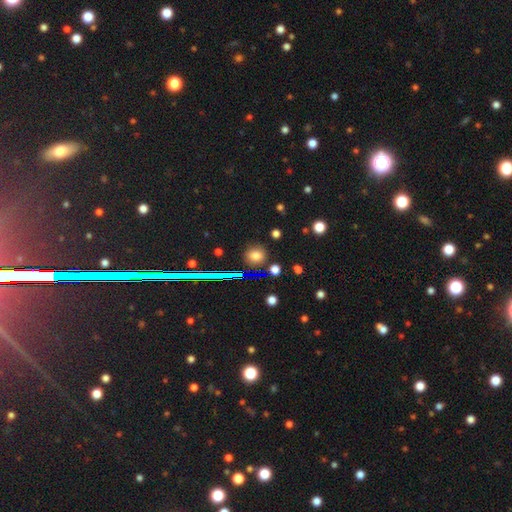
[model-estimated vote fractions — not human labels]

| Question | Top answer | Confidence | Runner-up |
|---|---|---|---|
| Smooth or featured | smooth | 73% | star or artifact (20%) |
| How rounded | round | 81% | in between (18%) |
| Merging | none | 84% | minor disturbance (10%) |